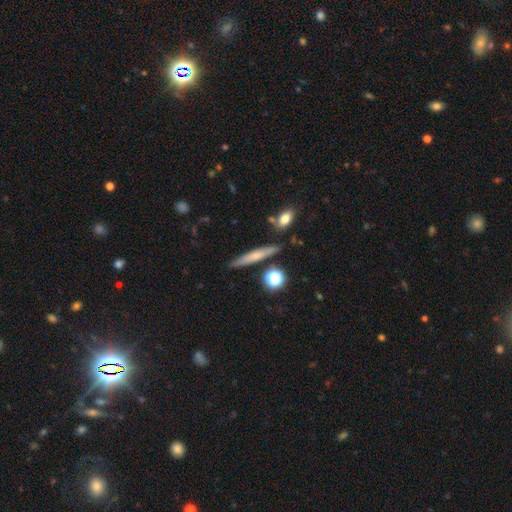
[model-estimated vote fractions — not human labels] smooth 53%, featured or disk 38%, star or artifact 10%. Down the decision tree: how rounded — cigar-shaped (87%); merging — none (83%).